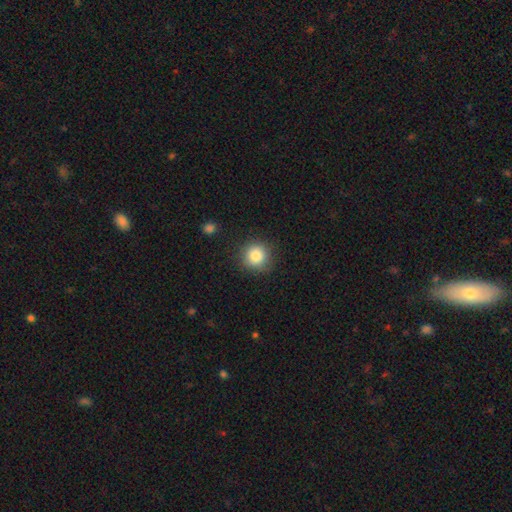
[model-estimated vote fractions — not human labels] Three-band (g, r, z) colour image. It shows a smooth galaxy with no disk features (85%) that is round (92%). Merging: none (87%).